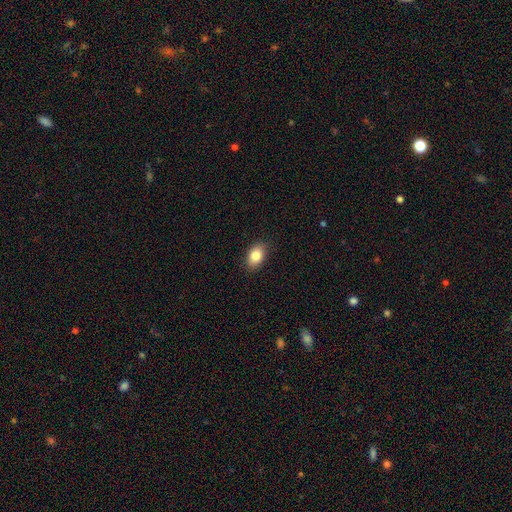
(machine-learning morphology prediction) A smooth galaxy with no disk features (84%) that is in between round and cigar-shaped (88%).

Vote fractions:
- Smooth or featured? smooth: 84% / featured or disk: 8% / star or artifact: 8%
- How rounded? in between: 88% / round: 11% / cigar-shaped: 2%
- Merging? none: 88% / minor disturbance: 9% / major disturbance: 2% / merger: 1%